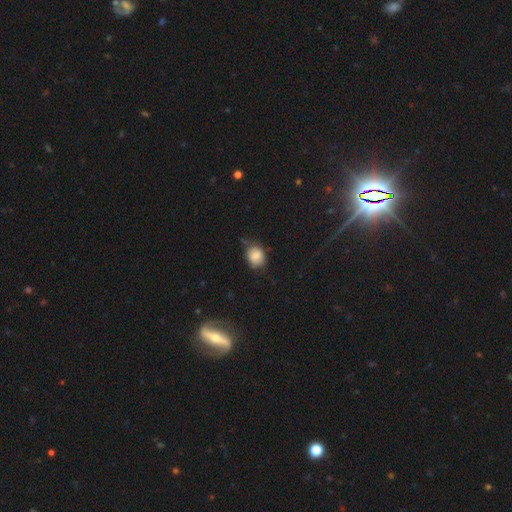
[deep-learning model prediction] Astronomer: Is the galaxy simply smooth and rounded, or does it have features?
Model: smooth — 82%.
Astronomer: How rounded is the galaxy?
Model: round — 54% (runner-up: in between, 45%).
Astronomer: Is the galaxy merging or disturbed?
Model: none — 62%.